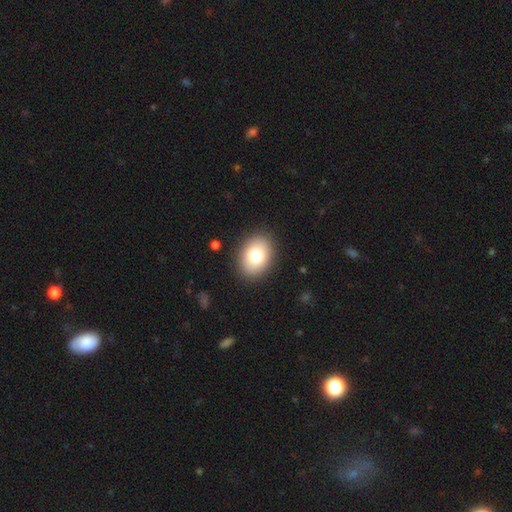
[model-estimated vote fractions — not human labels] smooth-or-featured: smooth: 79% | featured or disk: 12% | star or artifact: 8%
  how-rounded: in between: 75% | round: 24% | cigar-shaped: 1%
  merging: none: 88% | minor disturbance: 8% | major disturbance: 3% | merger: 1%